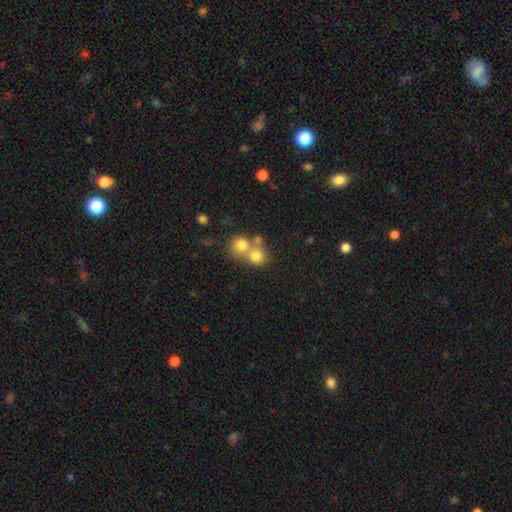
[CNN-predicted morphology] Smooth or featured: smooth — 75% (featured or disk — 13%)
How rounded: round — 82% (in between — 17%)
Merging: merger — 56% (none — 35%)